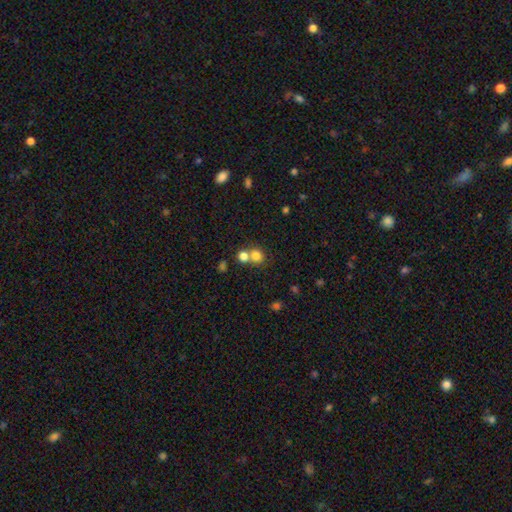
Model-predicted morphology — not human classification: This appears to be a smooth galaxy with no disk features (78%) that is round (83%). Merging: merger (46%).